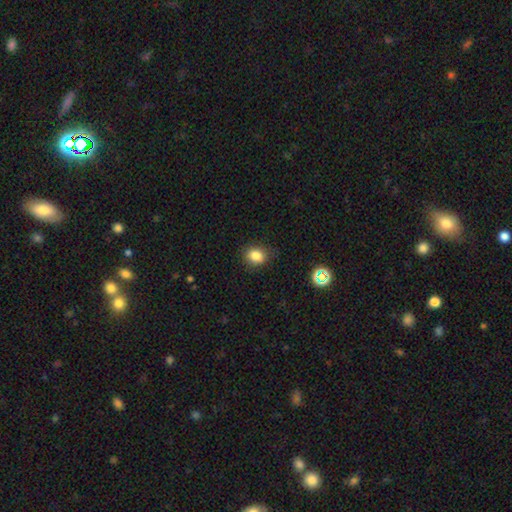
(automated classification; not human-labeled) Smooth or featured: smooth — 82% (star or artifact — 12%)
How rounded: round — 53% (in between — 46%)
Merging: none — 76% (minor disturbance — 18%)